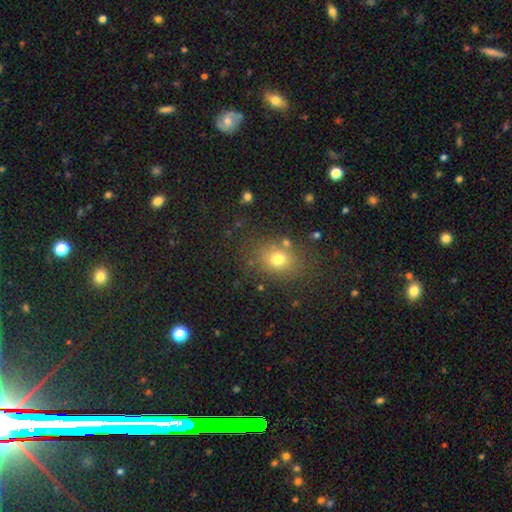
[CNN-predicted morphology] smooth-or-featured: smooth: 61% | star or artifact: 29% | featured or disk: 10%
  how-rounded: round: 59% | in between: 39% | cigar-shaped: 2%
  merging: none: 83% | minor disturbance: 10% | major disturbance: 4% | merger: 4%